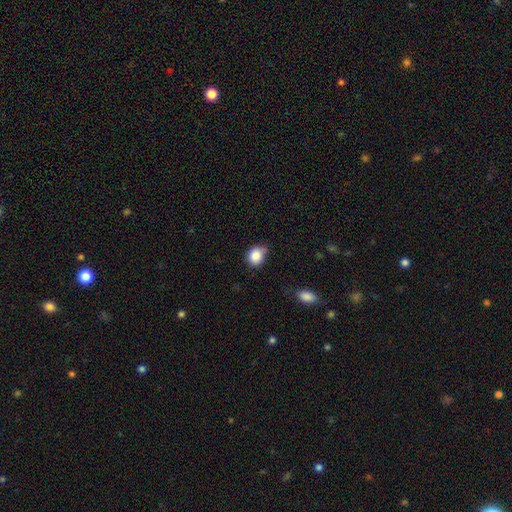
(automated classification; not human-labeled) This appears to be a smooth galaxy with no disk features (86%) that is round (66%). Merging: none (57%).